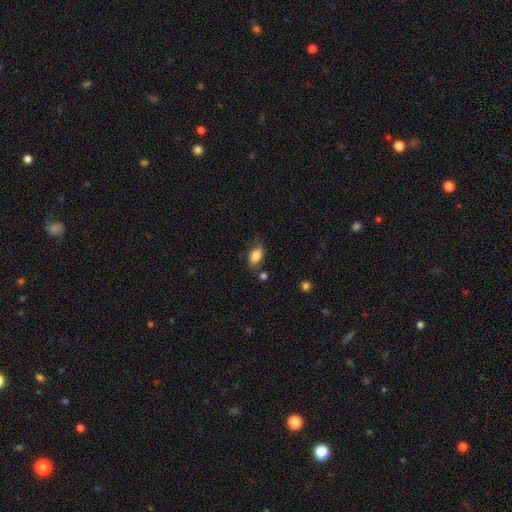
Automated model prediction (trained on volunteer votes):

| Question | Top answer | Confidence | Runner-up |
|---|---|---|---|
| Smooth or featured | smooth | 83% | featured or disk (9%) |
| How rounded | in between | 89% | round (8%) |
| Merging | none | 68% | minor disturbance (21%) |